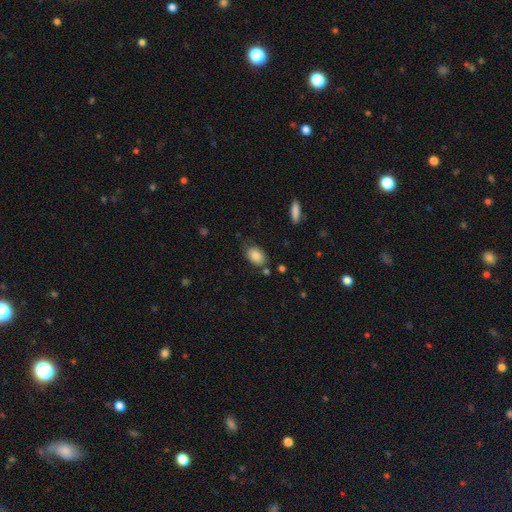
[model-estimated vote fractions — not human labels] A smooth galaxy with no disk features (85%) that is in between round and cigar-shaped (87%).

Vote fractions:
- Smooth or featured? smooth: 85% / featured or disk: 8% / star or artifact: 7%
- How rounded? in between: 87% / round: 11% / cigar-shaped: 1%
- Merging? none: 70% / minor disturbance: 20% / major disturbance: 6% / merger: 5%